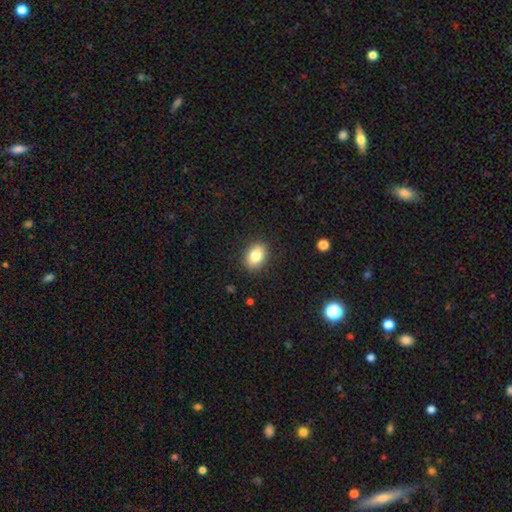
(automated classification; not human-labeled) This is clearly a smooth galaxy (82%). How rounded: likely in between (75%). Merging: clearly none (89%).